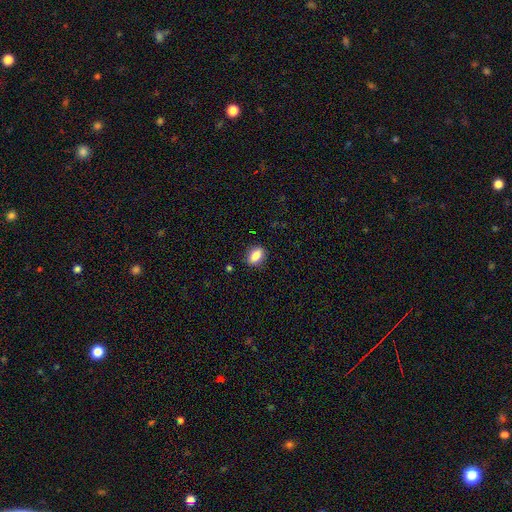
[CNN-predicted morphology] type=smooth (85%); roundness=in between (81%); merging=none (86%).